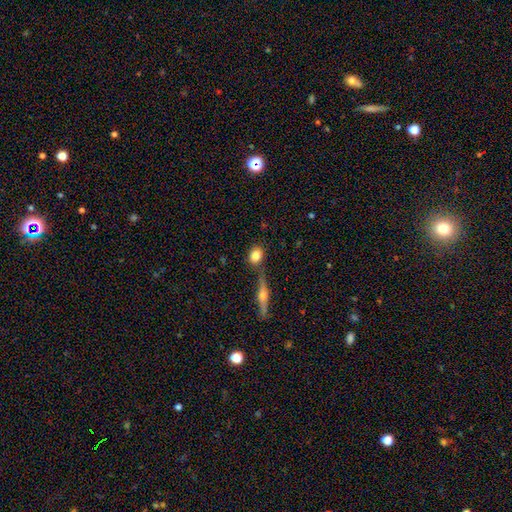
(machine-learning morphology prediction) This is clearly a smooth galaxy (80%). How rounded: possibly in between (56%). Merging: likely none (66%).